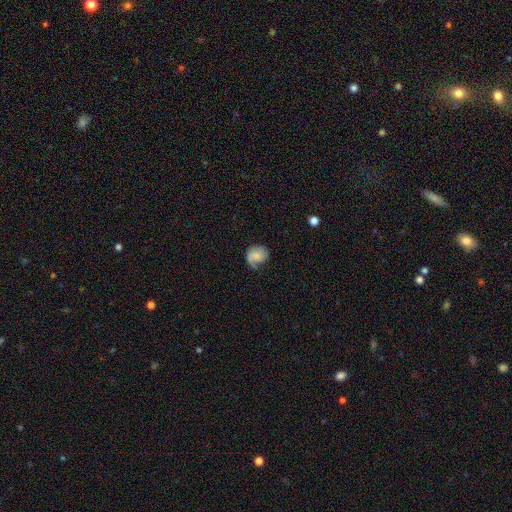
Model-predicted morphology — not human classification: Smooth or featured: smooth — 55% (featured or disk — 37%)
How rounded: round — 67% (in between — 32%)
Merging: none — 47% (minor disturbance — 30%)